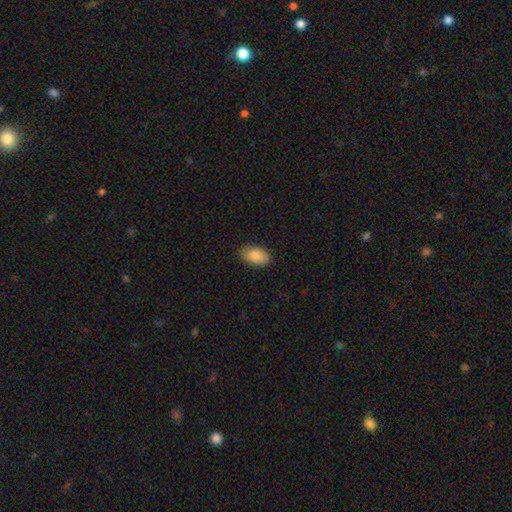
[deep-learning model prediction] Morphology: type=smooth (87%); roundness=in between (94%); merging=none (87%).